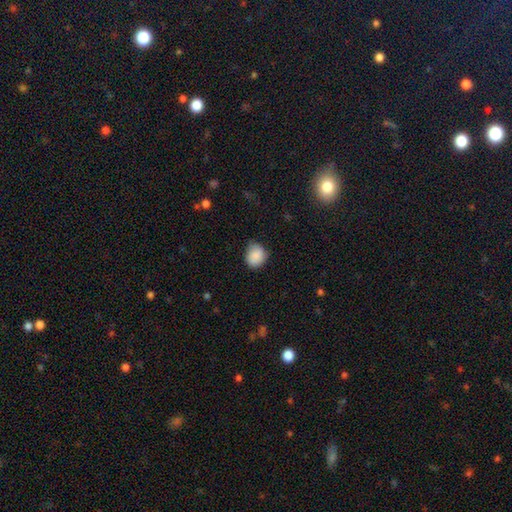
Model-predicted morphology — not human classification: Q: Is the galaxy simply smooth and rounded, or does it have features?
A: smooth — 87%.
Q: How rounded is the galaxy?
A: round — 65%.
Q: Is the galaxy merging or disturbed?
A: none — 64%.